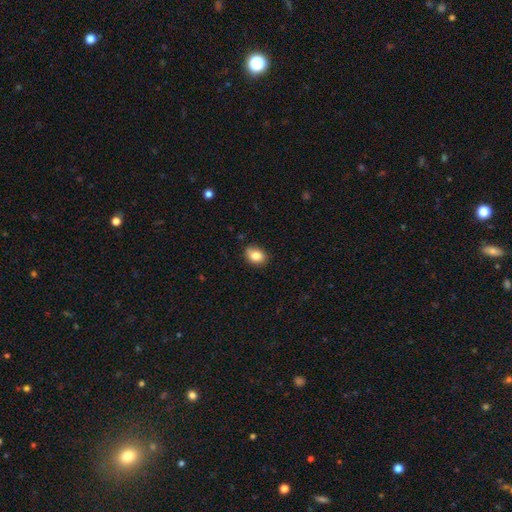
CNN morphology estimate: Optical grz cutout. It shows a smooth galaxy with no disk features (85%) that is in between round and cigar-shaped (68%). Merging: none (79%).